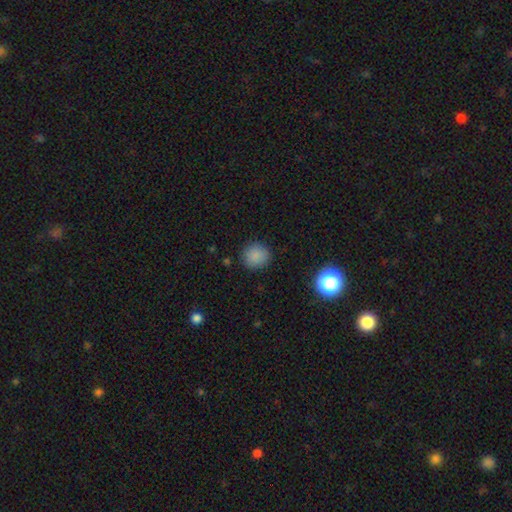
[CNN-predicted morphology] smooth-or-featured: smooth: 85% | star or artifact: 11% | featured or disk: 4%
  how-rounded: round: 91% | in between: 8% | cigar-shaped: 1%
  merging: none: 88% | minor disturbance: 8% | major disturbance: 2% | merger: 1%